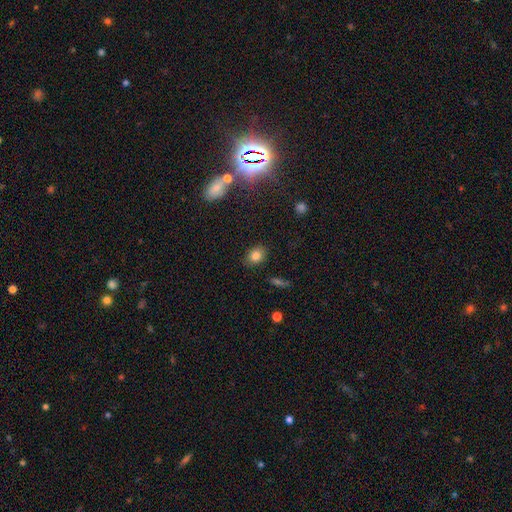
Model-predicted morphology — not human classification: The model was most divided on "how rounded": in between: 60%, round: 39%, cigar-shaped: 1%. More confident: merging — none (86%); smooth or featured — smooth (82%).